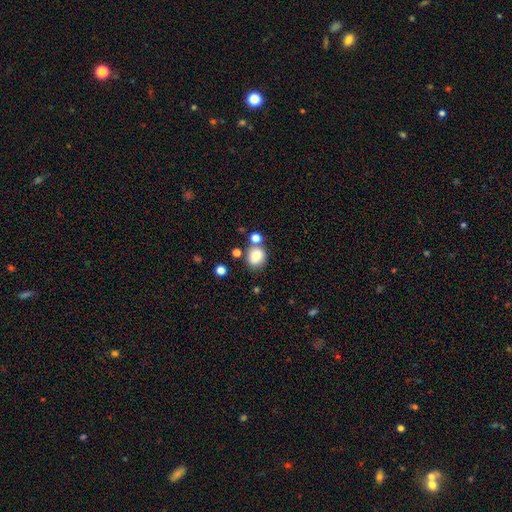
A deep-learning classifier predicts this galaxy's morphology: smooth 79%, star or artifact 10%, featured or disk 10%. Down the decision tree: how rounded — round (71%); merging — none (62%).